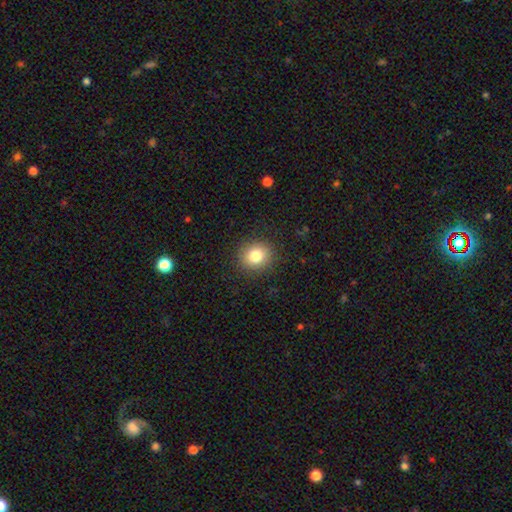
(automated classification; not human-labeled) smooth-or-featured: smooth: 82% | star or artifact: 10% | featured or disk: 8%
  how-rounded: round: 80% | in between: 19% | cigar-shaped: 1%
  merging: none: 89% | minor disturbance: 7% | major disturbance: 3% | merger: 1%